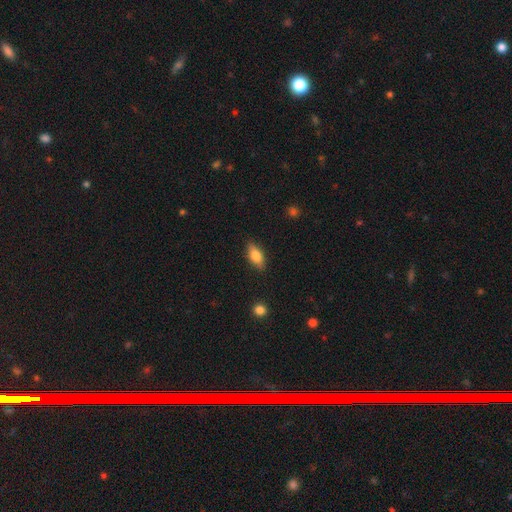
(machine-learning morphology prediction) This appears to be a smooth galaxy with no disk features (73%) that is in between round and cigar-shaped (77%). Merging: none (85%).